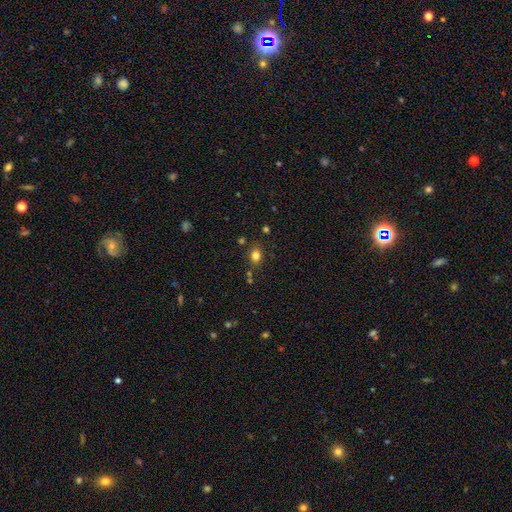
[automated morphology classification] Smooth or featured: smooth — 80% (star or artifact — 14%)
How rounded: in between — 53% (round — 45%)
Merging: none — 80% (minor disturbance — 12%)